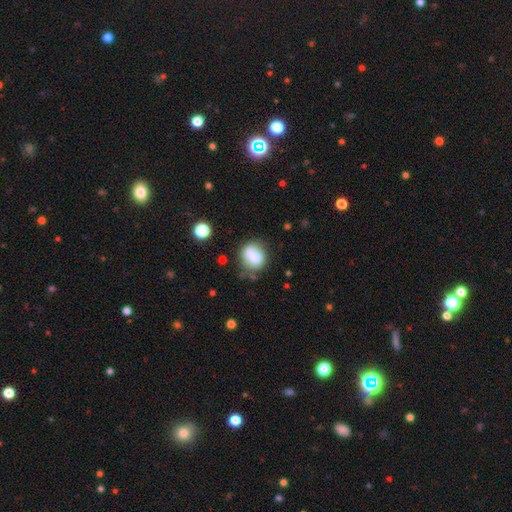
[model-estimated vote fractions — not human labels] Smooth or featured: smooth — 70% (featured or disk — 20%)
How rounded: round — 57% (in between — 41%)
Merging: none — 47% (minor disturbance — 23%)